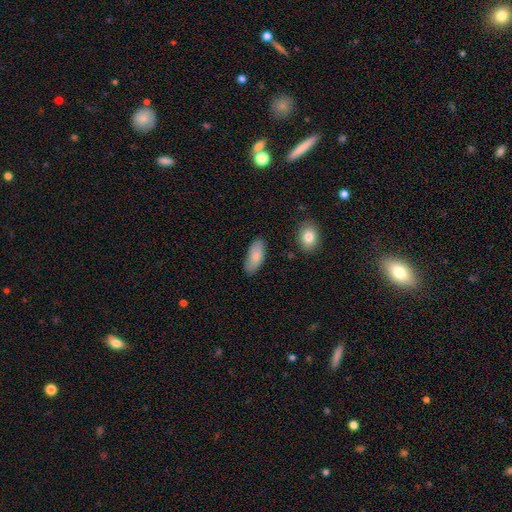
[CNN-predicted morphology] A smooth galaxy with no disk features (81%) that is in between round and cigar-shaped (88%).

Vote fractions:
- Smooth or featured? smooth: 81% / featured or disk: 13% / star or artifact: 6%
- How rounded? in between: 88% / cigar-shaped: 10% / round: 2%
- Merging? none: 80% / minor disturbance: 15% / major disturbance: 3% / merger: 2%